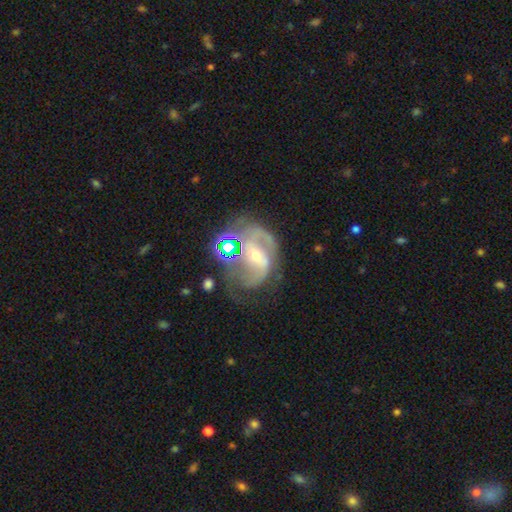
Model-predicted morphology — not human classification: This is likely a featured or disk galaxy (80%). It is clearly not viewed edge-on (97%). Bar: marginally weak (39%). Spiral arm pattern: clearly yes (90%). Spiral arm count: likely 2 (70%). Spiral winding: possibly medium (47%). Central bulge: possibly small (50%). Merging: marginally none (42%).